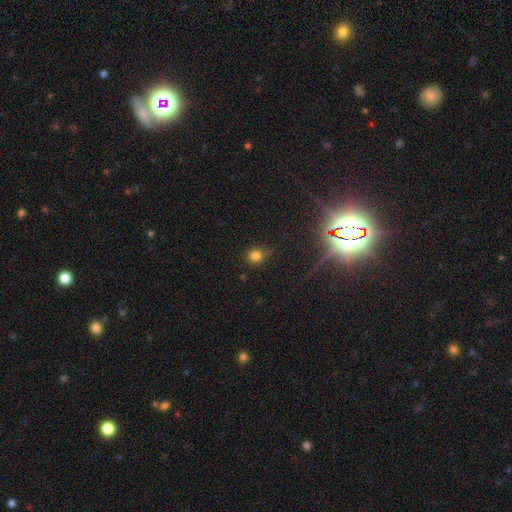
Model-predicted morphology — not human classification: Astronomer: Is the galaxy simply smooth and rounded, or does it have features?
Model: smooth — 76%.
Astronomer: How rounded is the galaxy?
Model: round — 74%.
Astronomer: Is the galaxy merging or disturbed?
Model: none — 78%.